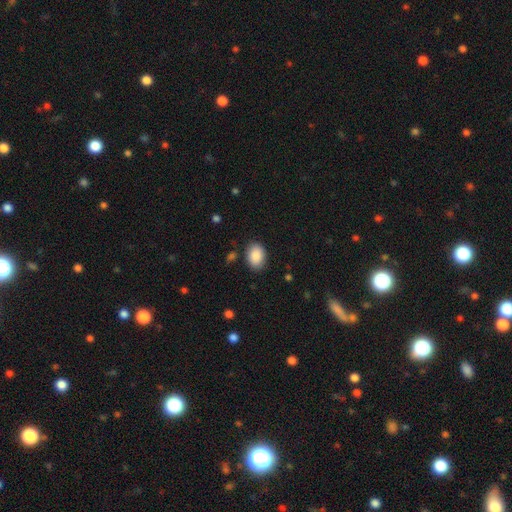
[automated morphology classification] This is clearly a smooth galaxy (88%). How rounded: likely in between (80%). Merging: clearly none (85%).